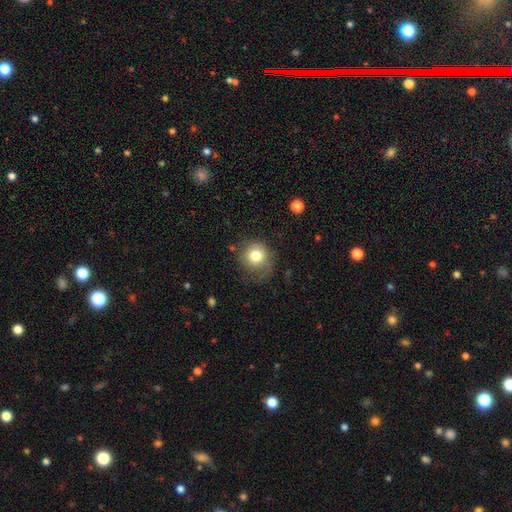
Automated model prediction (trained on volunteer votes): Smooth or featured? Predicted: smooth (p=0.77). How rounded? Predicted: round (p=0.87). Merging? Predicted: none (p=0.56).